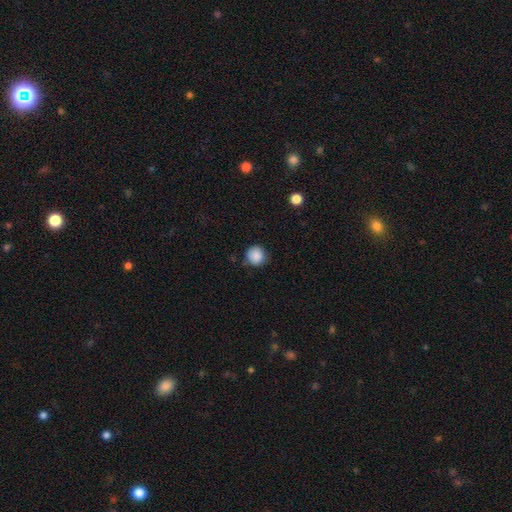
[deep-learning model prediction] A smooth galaxy with no disk features (87%) that is round (92%).

Vote fractions:
- Smooth or featured? smooth: 87% / star or artifact: 9% / featured or disk: 4%
- How rounded? round: 92% / in between: 7% / cigar-shaped: 1%
- Merging? none: 80% / minor disturbance: 15% / major disturbance: 3% / merger: 2%